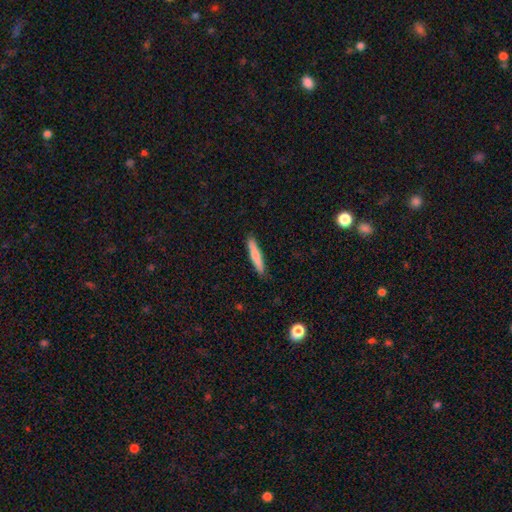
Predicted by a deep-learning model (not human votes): Smooth or featured?
  - smooth: 76% *
  - featured or disk: 19%
  - star or artifact: 5%
How rounded?
  - cigar-shaped: 92% *
  - in between: 6%
  - round: 1%
Merging?
  - none: 89% *
  - minor disturbance: 9%
  - major disturbance: 2%
  - merger: 1%